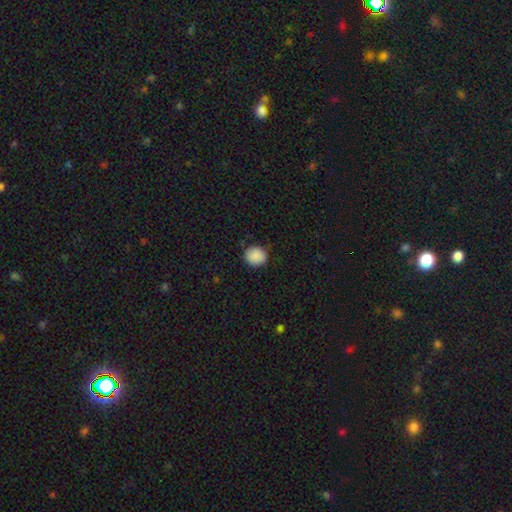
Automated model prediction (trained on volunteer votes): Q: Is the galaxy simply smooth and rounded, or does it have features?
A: smooth — 89%.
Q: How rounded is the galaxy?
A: round — 84%.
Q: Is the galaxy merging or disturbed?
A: none — 85%.